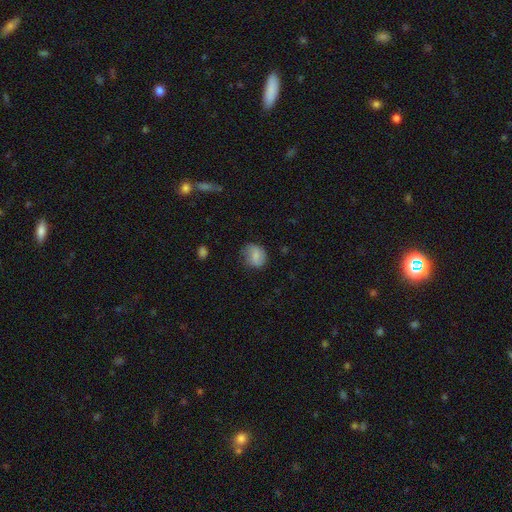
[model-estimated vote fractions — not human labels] A smooth galaxy with no disk features (71%) that is round (62%).

Vote fractions:
- Smooth or featured? smooth: 71% / featured or disk: 21% / star or artifact: 8%
- How rounded? round: 62% / in between: 37% / cigar-shaped: 1%
- Merging? none: 64% / minor disturbance: 26% / major disturbance: 8% / merger: 1%